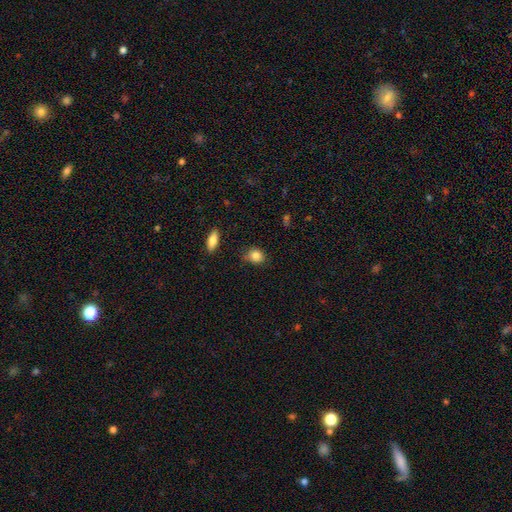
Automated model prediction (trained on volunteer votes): Smooth or featured? smooth (85%)
How rounded? round (63%)
Merging? none (74%)